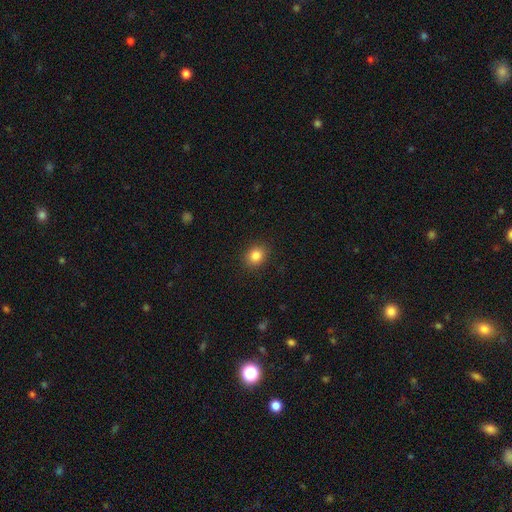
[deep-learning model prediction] smooth-or-featured: smooth: 85% | star or artifact: 11% | featured or disk: 5%
  how-rounded: round: 69% | in between: 30% | cigar-shaped: 1%
  merging: none: 89% | minor disturbance: 7% | major disturbance: 2% | merger: 1%